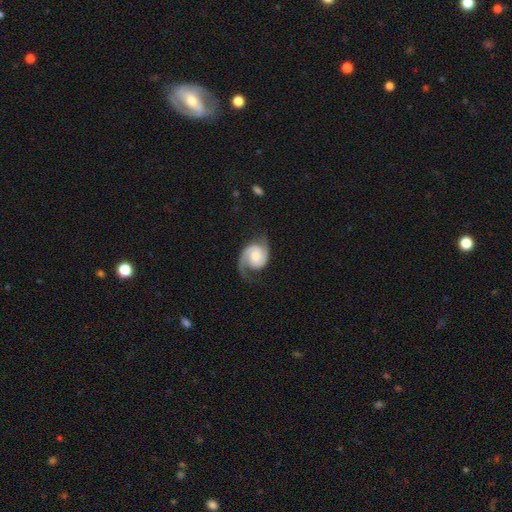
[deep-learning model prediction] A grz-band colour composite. It shows a featured or disk galaxy (86%) with no bar (68%), 2 (80%) medium (46%) spiral arms (97%) and a moderate central bulge (36%). Merging: none (65%).